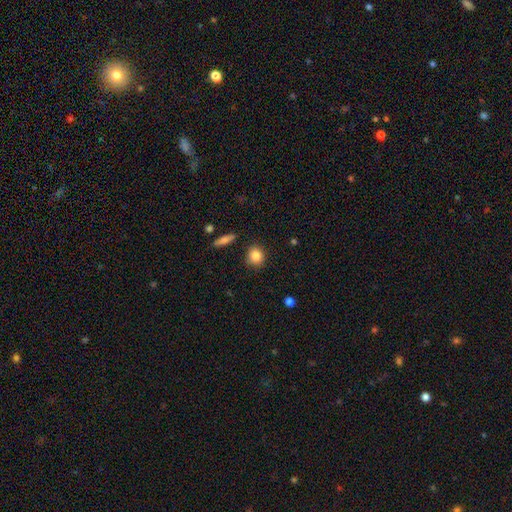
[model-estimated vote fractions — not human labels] This is clearly a smooth galaxy (85%). How rounded: likely round (75%). Merging: clearly none (85%).